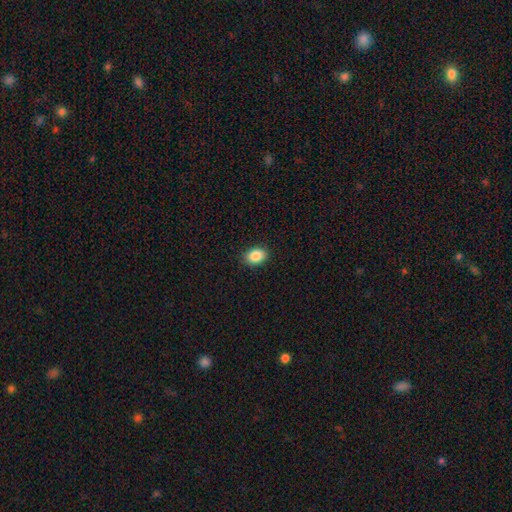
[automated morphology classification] A smooth galaxy with no disk features (87%) that is in between round and cigar-shaped (76%).

Vote fractions:
- Smooth or featured? smooth: 87% / star or artifact: 8% / featured or disk: 4%
- How rounded? in between: 76% / round: 23% / cigar-shaped: 1%
- Merging? none: 89% / minor disturbance: 8% / major disturbance: 2% / merger: 1%